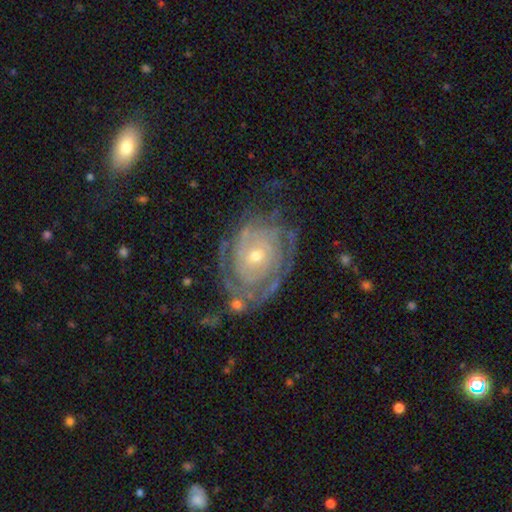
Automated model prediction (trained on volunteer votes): The model was most divided on "spiral arm count": can't tell: 42%, 2: 23%, 3: 14%, 4: 9%, 1: 6%, more than 4: 6%. More confident: edge-on disk — no (97%); spiral arms — yes (92%); smooth or featured — featured or disk (85%); spiral winding — tight (78%); bar — no (77%); bulge size — small (62%); merging — none (62%).